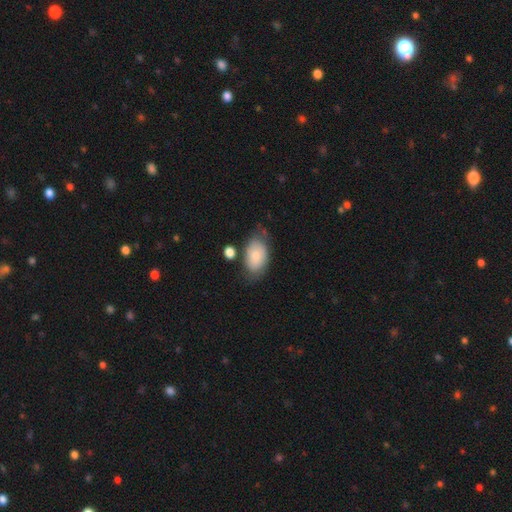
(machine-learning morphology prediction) Overall: smooth (78%). How rounded: in between (90%). Merging: none (59%; minor disturbance 25%).